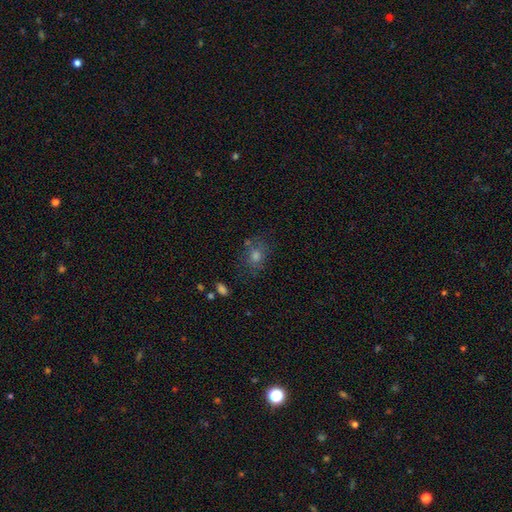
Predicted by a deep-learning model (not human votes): smooth 57%, star or artifact 25%, featured or disk 17%. Down the decision tree: how rounded — round (60%); merging — none (73%).